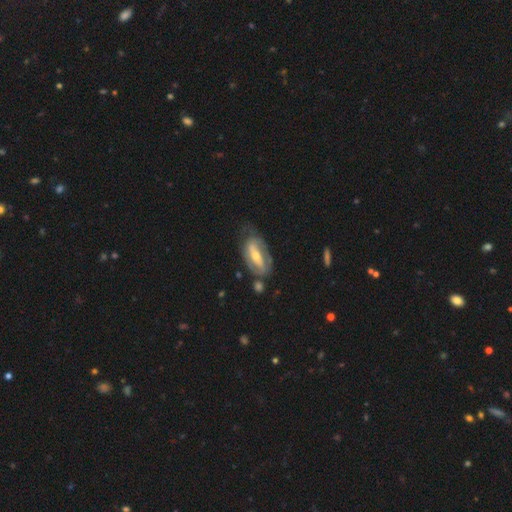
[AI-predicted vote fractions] This appears to be a featured or disk galaxy (73%) with a strong bar (48%), spiral arms (69%) and a moderate central bulge (52%). Merging: none (56%).